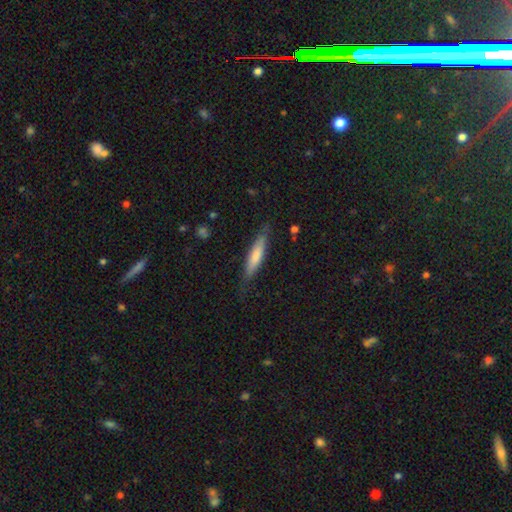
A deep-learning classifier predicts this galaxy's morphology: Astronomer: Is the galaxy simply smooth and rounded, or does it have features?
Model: smooth — 69%.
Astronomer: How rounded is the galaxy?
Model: cigar-shaped — 80%.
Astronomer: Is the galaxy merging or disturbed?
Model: none — 79%.